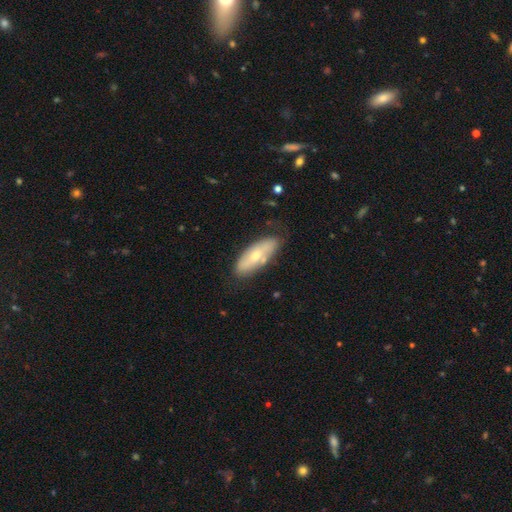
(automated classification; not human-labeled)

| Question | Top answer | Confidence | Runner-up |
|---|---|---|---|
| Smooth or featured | smooth | 51% | featured or disk (43%) |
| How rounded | in between | 71% | cigar-shaped (26%) |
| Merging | none | 72% | minor disturbance (18%) |